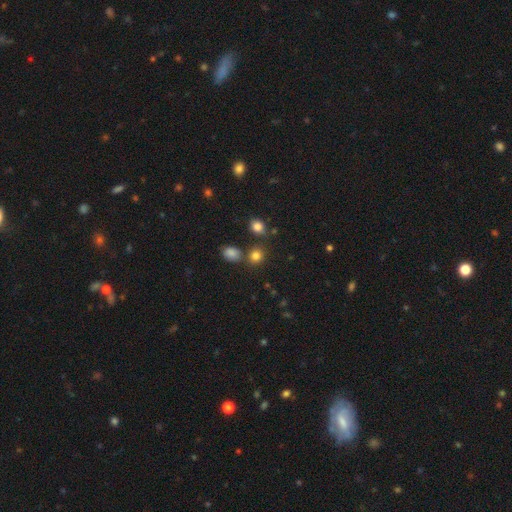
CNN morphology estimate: Smooth or featured?
  - smooth: 81% *
  - star or artifact: 13%
  - featured or disk: 5%
How rounded?
  - round: 79% *
  - in between: 19%
  - cigar-shaped: 1%
Merging?
  - none: 74% *
  - merger: 13%
  - minor disturbance: 9%
  - major disturbance: 3%